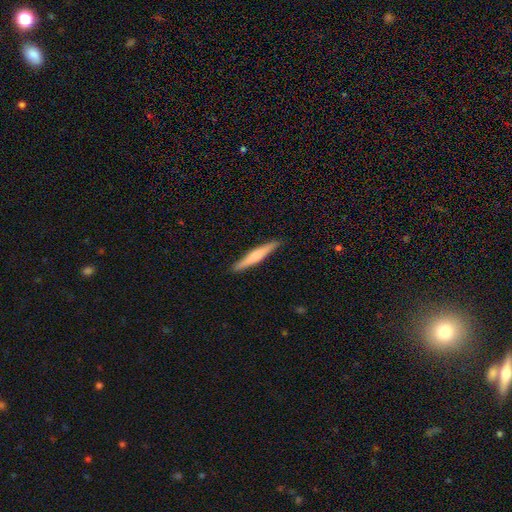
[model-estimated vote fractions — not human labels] A smooth galaxy with no disk features (52%) that is cigar-shaped (94%). Merging: none (91%).